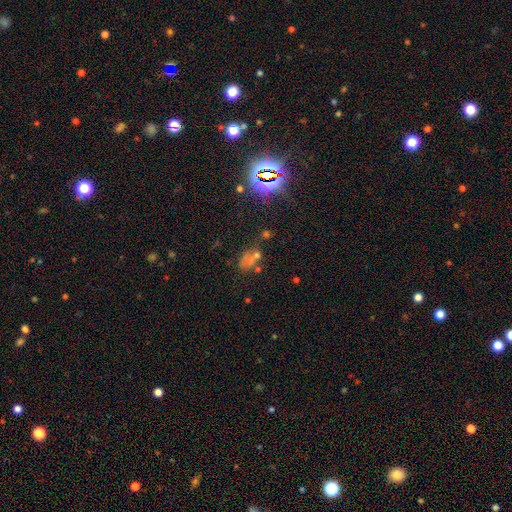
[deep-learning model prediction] Smooth or featured?
  - star or artifact: 49% *
  - smooth: 33%
  - featured or disk: 18%